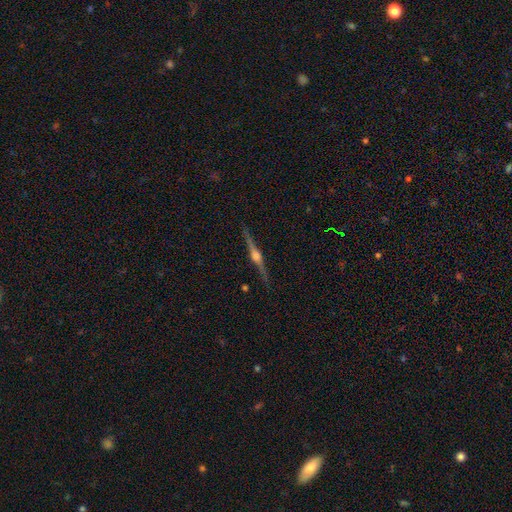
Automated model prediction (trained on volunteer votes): smooth_or_featured: featured or disk (p=0.87) [alt: smooth p=0.08]
disk_edge_on: yes (p=0.98) [alt: no p=0.02]
edge_on_bulge: rounded (p=0.93) [alt: boxy p=0.05]
merging: none (p=0.91) [alt: minor disturbance p=0.07]